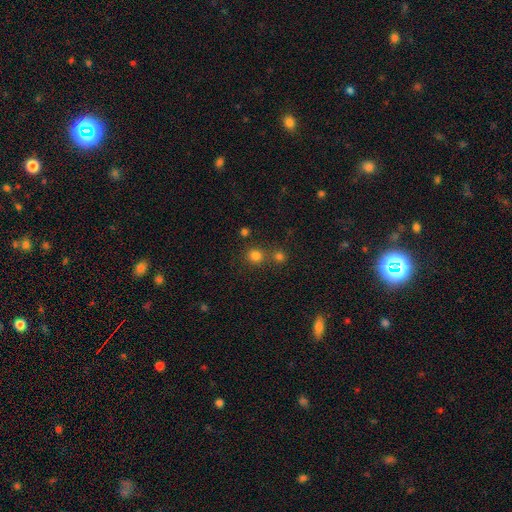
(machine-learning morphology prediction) This appears to be a smooth galaxy with no disk features (78%) that is round (89%). Merging: none (69%).